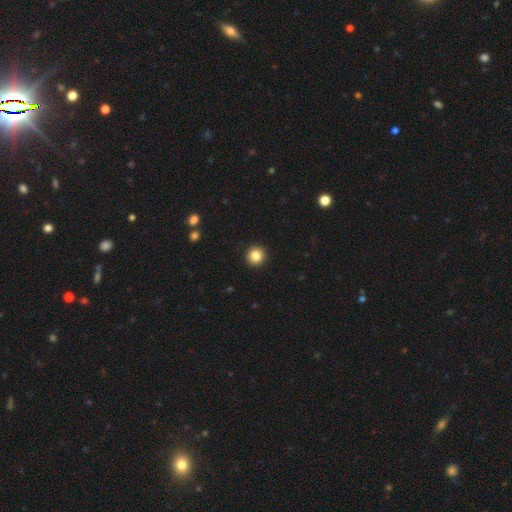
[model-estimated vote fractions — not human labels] Overall: smooth (84%). How rounded: round (95%). Merging: none (94%).